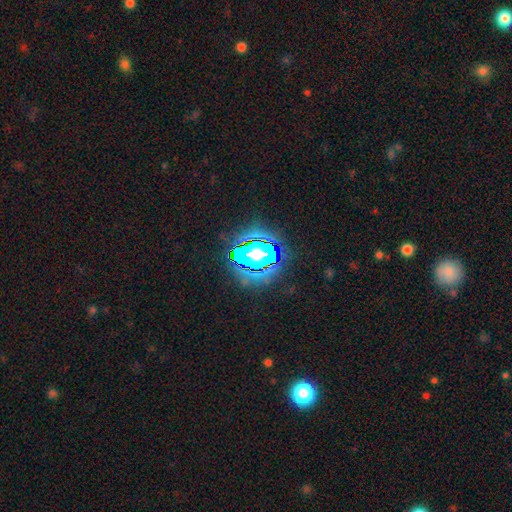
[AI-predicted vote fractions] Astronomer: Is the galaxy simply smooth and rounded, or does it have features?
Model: star or artifact — 54%.